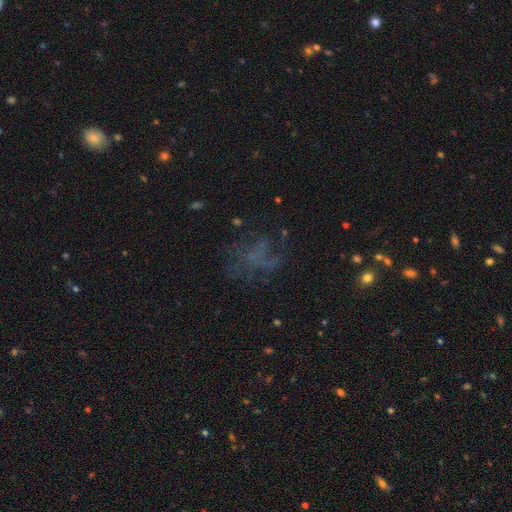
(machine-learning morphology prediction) smooth_or_featured: featured or disk (p=0.41) [alt: star or artifact p=0.31]
merging: none (p=0.48) [alt: major disturbance p=0.32]